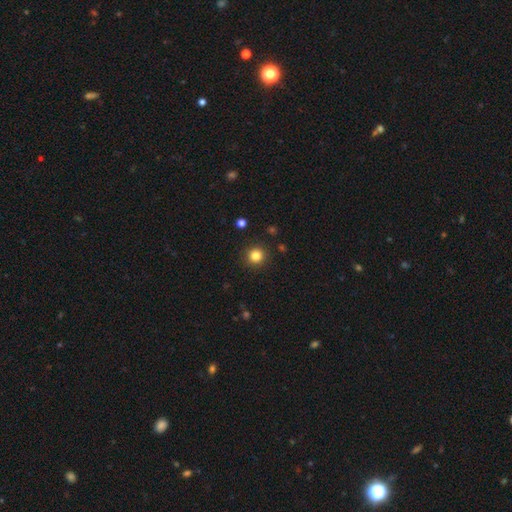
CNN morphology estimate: smooth 83%, star or artifact 12%, featured or disk 5%. Down the decision tree: how rounded — round (94%); merging — none (91%).